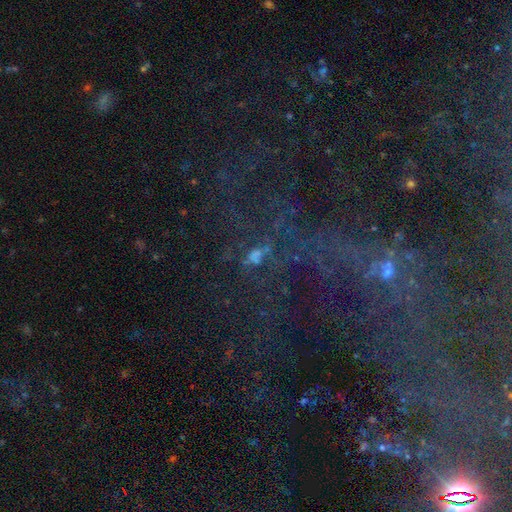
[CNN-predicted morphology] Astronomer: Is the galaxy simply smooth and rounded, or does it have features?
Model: star or artifact — 52%.